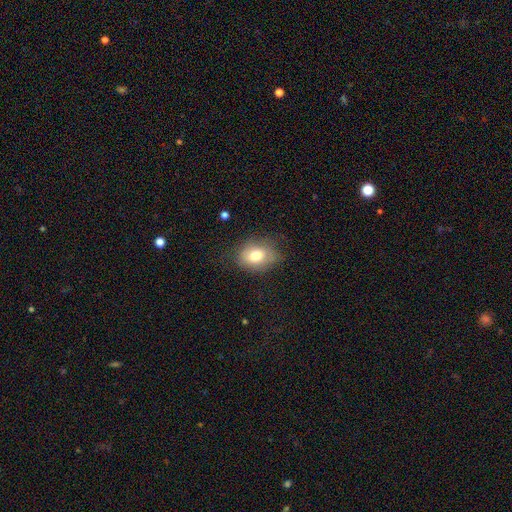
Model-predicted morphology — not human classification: A smooth galaxy with no disk features (74%) that is in between round and cigar-shaped (61%).

Vote fractions:
- Smooth or featured? smooth: 74% / featured or disk: 16% / star or artifact: 9%
- How rounded? in between: 61% / round: 38% / cigar-shaped: 1%
- Merging? none: 68% / minor disturbance: 23% / major disturbance: 8% / merger: 1%